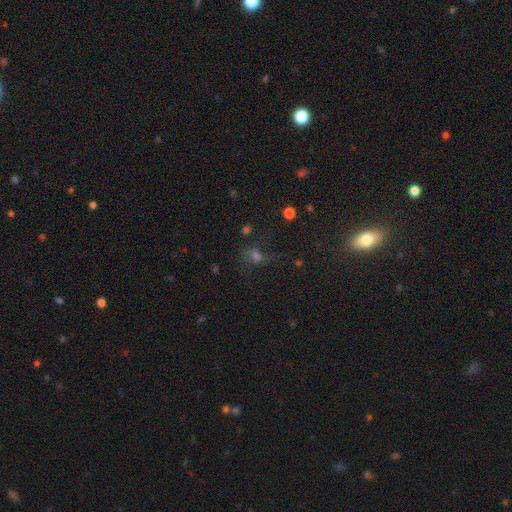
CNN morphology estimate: A smooth galaxy with no disk features (41%, tied with star or artifact). Merging: none (52%).